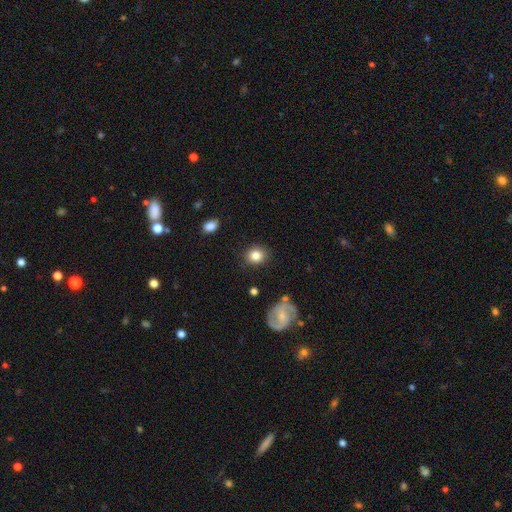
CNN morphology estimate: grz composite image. It shows a smooth galaxy with no disk features (83%) that is round (77%). Merging: none (86%).